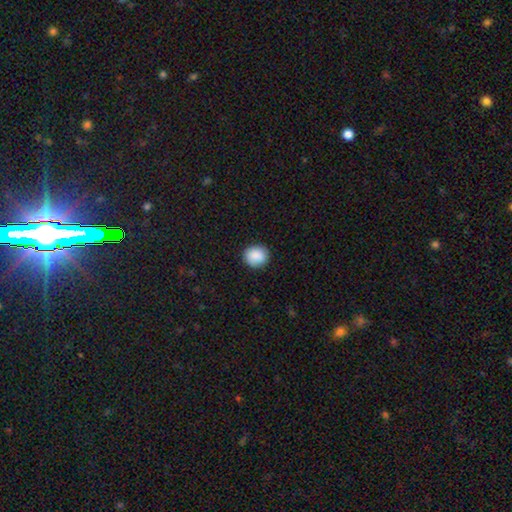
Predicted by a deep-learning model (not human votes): Smooth or featured?
  - smooth: 89% *
  - star or artifact: 7%
  - featured or disk: 4%
How rounded?
  - round: 85% *
  - in between: 14%
  - cigar-shaped: 1%
Merging?
  - none: 89% *
  - minor disturbance: 8%
  - major disturbance: 2%
  - merger: 1%